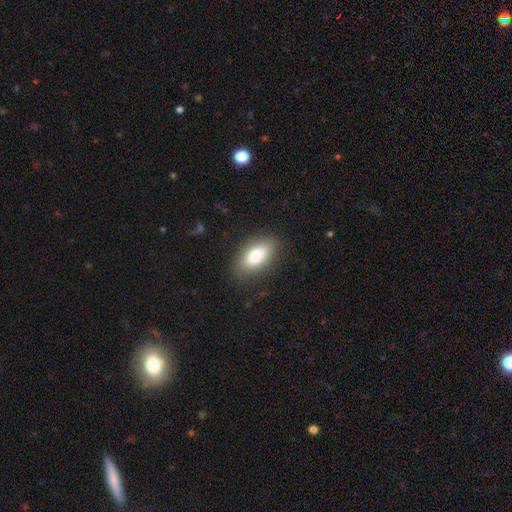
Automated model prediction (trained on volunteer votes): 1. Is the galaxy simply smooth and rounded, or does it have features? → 83% smooth, 10% featured or disk, 7% star or artifact.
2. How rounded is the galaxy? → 92% in between, 5% round, 4% cigar-shaped.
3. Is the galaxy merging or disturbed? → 82% none, 13% minor disturbance, 4% major disturbance, 1% merger.